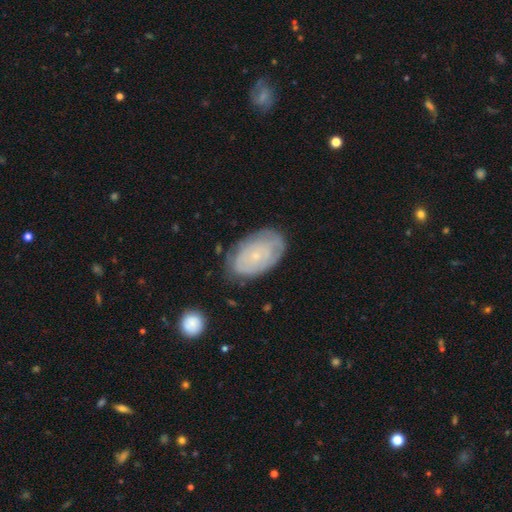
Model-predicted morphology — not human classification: type=featured or disk (57%); edge-on=no (95%); bar=no (86%); spiral arms=yes (68%); bulge=small (82%); merging=none (73%).